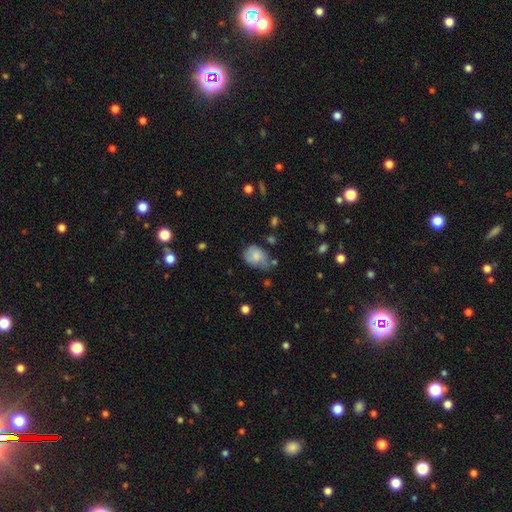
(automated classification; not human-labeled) This appears to be a smooth galaxy with no disk features (75%) that is in between round and cigar-shaped (62%). Merging: none (41%).